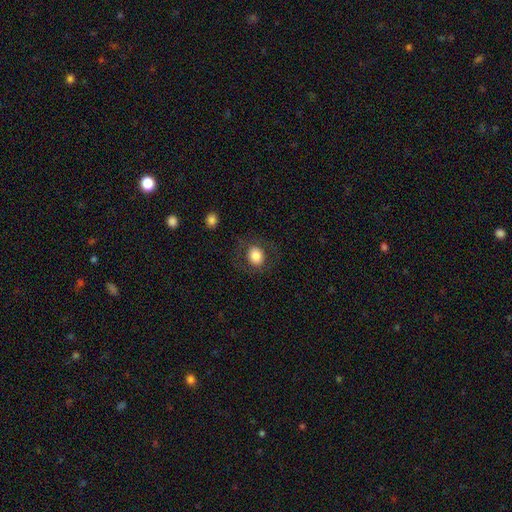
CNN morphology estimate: A smooth galaxy with no disk features (77%) that is round (67%).

Vote fractions:
- Smooth or featured? smooth: 77% / featured or disk: 15% / star or artifact: 8%
- How rounded? round: 67% / in between: 32% / cigar-shaped: 1%
- Merging? none: 81% / minor disturbance: 11% / major disturbance: 7% / merger: 1%